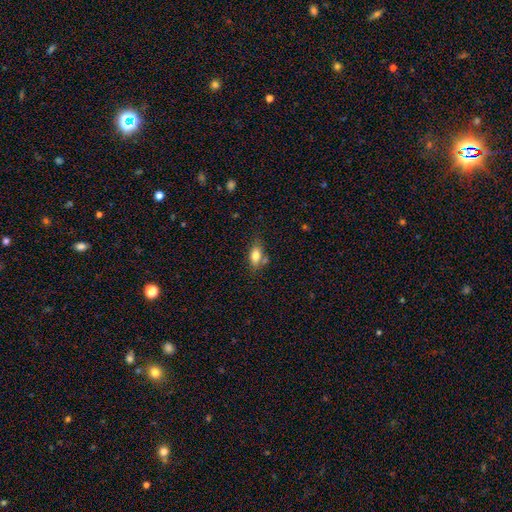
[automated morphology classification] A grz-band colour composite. It shows a smooth galaxy with no disk features (79%) that is in between round and cigar-shaped (84%). Merging: none (62%).